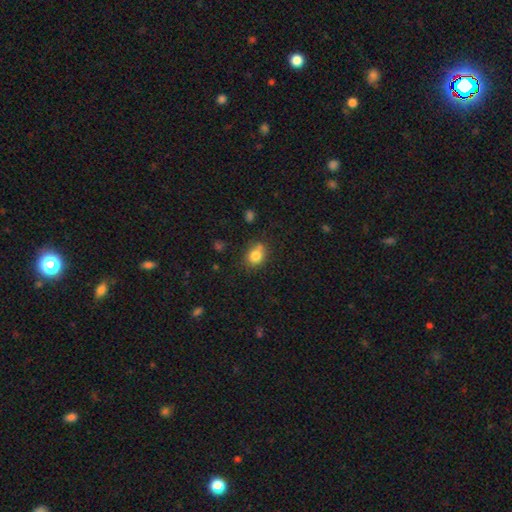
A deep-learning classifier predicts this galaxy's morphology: This appears to be a smooth galaxy with no disk features (80%) that is round (54%). Merging: none (63%).